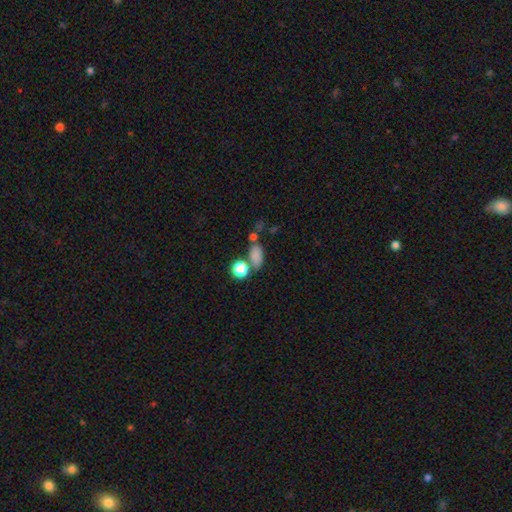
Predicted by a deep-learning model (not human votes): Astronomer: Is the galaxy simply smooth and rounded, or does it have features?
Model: smooth — 78%.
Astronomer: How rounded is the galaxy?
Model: in between — 77%.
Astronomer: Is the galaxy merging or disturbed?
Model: none — 58%.